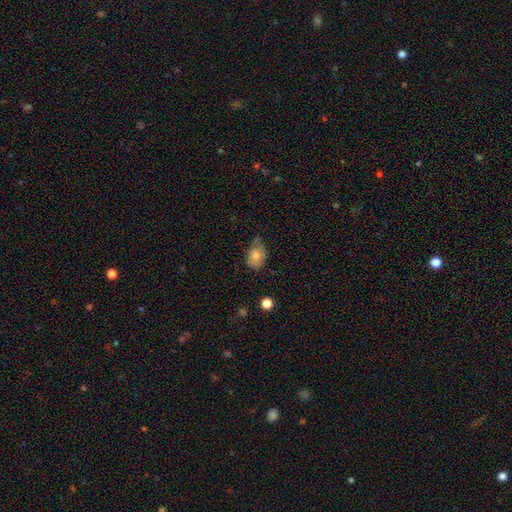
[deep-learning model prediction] Overall: smooth (70%). How rounded: in between (69%; round 30%). Merging: none (51%; minor disturbance 38%).